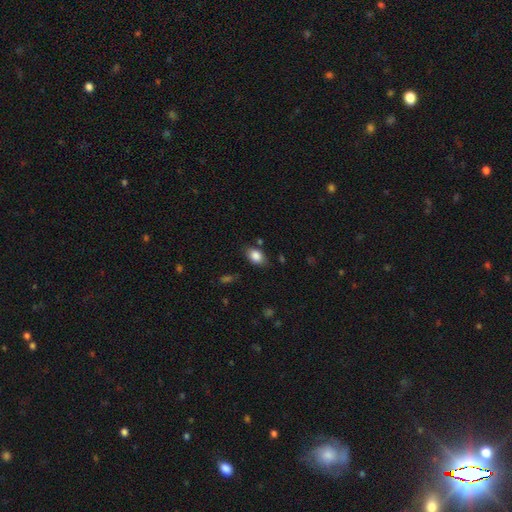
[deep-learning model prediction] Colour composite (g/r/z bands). It shows a smooth galaxy with no disk features (85%) that is in between round and cigar-shaped (82%). Merging: none (76%).